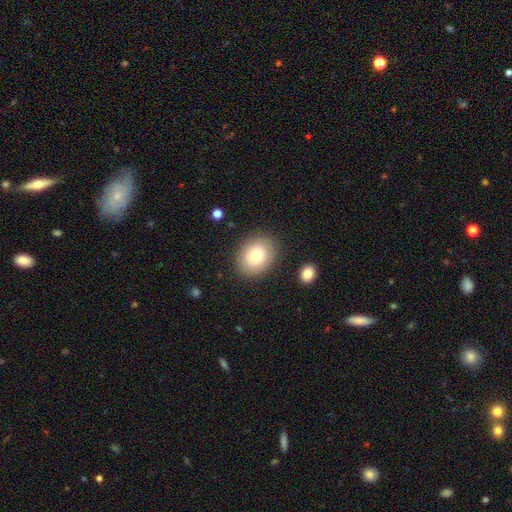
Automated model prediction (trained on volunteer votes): smooth_or_featured: smooth (p=0.76) [alt: featured or disk p=0.14]
how_rounded: in between (p=0.51) [alt: round p=0.48]
merging: none (p=0.86) [alt: minor disturbance p=0.09]